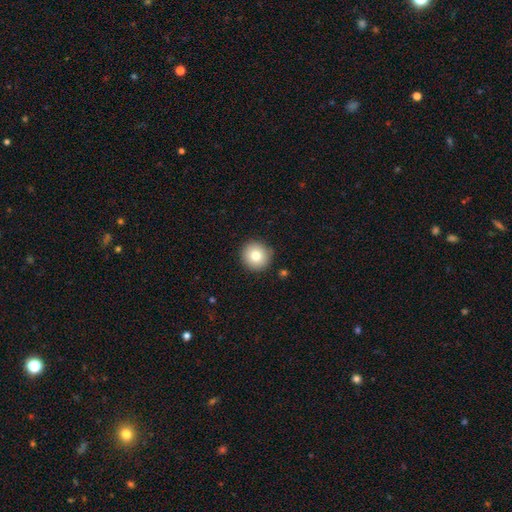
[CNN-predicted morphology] This is likely a smooth galaxy (80%). How rounded: clearly round (95%). Merging: clearly none (90%).